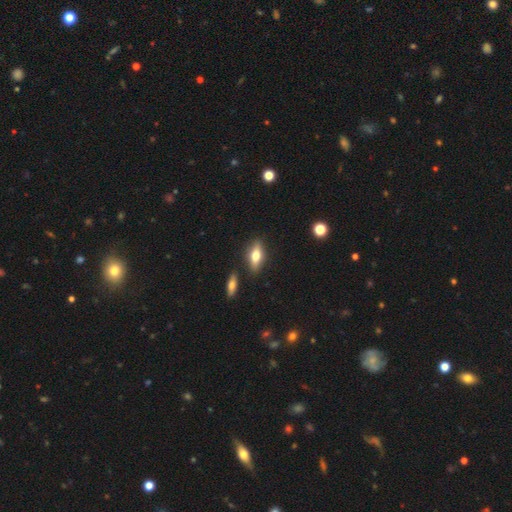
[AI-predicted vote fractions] Smooth or featured? smooth (64%)
How rounded? in between (71%)
Merging? none (84%)